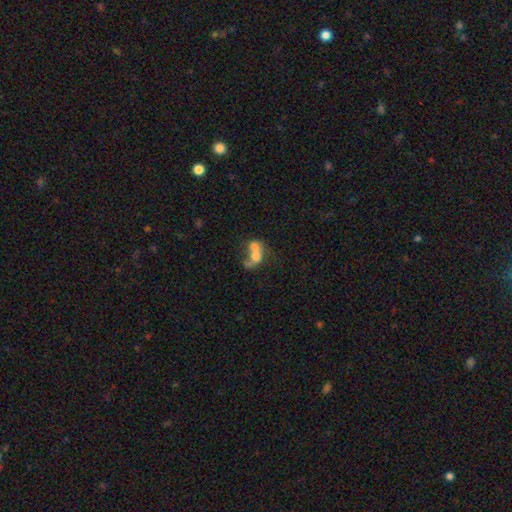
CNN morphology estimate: Smooth or featured?
  - smooth: 54% *
  - featured or disk: 35%
  - star or artifact: 12%
How rounded?
  - in between: 64% *
  - round: 33%
  - cigar-shaped: 3%
Merging?
  - merger: 69% *
  - none: 14%
  - major disturbance: 10%
  - minor disturbance: 7%